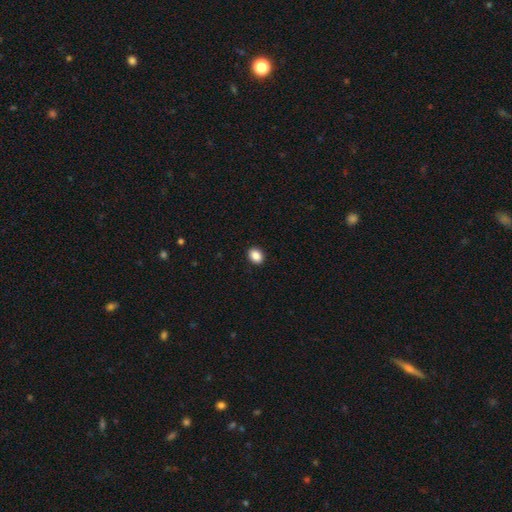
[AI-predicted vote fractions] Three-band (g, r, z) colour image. It shows a smooth galaxy with no disk features (88%) that is in between round and cigar-shaped (59%). Merging: none (92%).